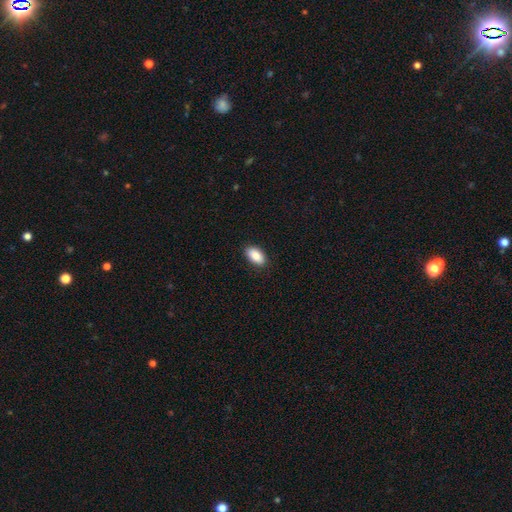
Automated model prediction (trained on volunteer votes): Q: Smooth or featured?
A: smooth (86%); runner-up: star or artifact (7%)
Q: How rounded?
A: in between (93%); runner-up: round (4%)
Q: Merging?
A: none (89%); runner-up: minor disturbance (8%)